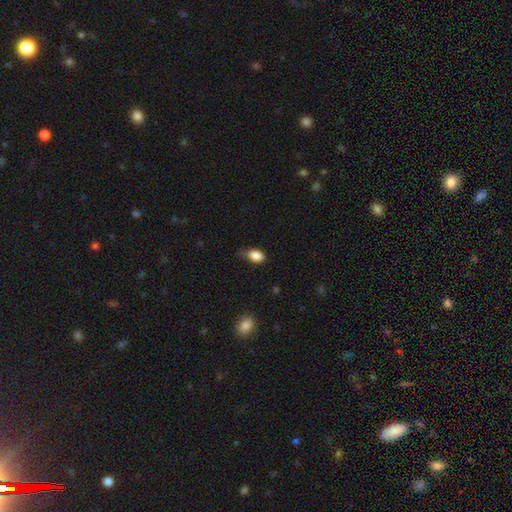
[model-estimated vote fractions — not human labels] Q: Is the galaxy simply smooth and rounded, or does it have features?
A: smooth — 86%.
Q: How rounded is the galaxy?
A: in between — 83%.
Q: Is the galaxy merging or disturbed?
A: none — 45%.